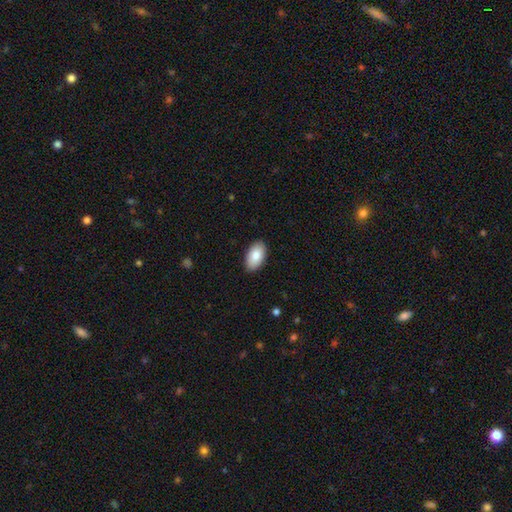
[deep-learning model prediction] This is clearly a smooth galaxy (85%). How rounded: clearly in between (95%). Merging: clearly none (89%).